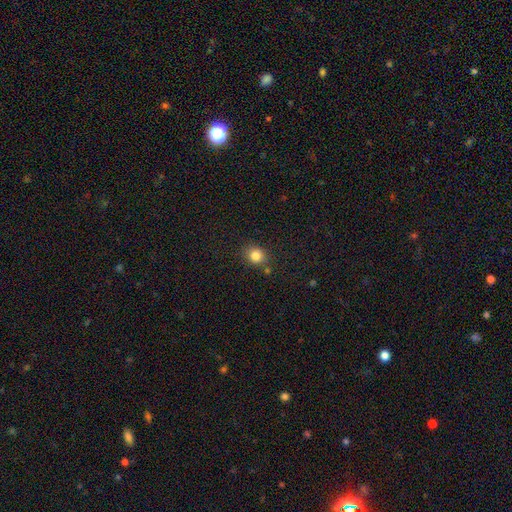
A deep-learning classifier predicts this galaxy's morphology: Q: Smooth or featured?
A: smooth (83%); runner-up: star or artifact (11%)
Q: How rounded?
A: round (76%); runner-up: in between (23%)
Q: Merging?
A: none (80%); runner-up: minor disturbance (11%)